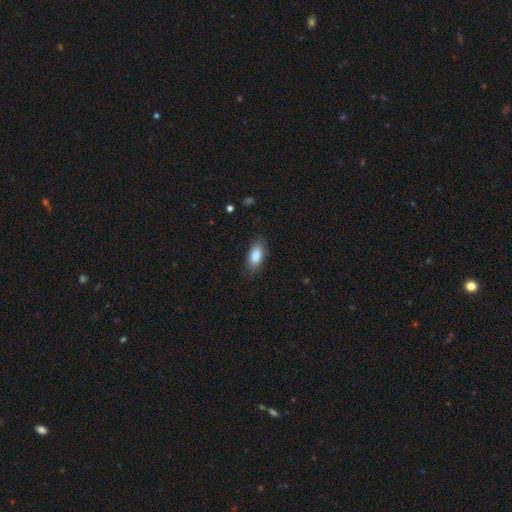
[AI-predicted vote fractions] This appears to be a smooth galaxy with no disk features (86%) that is in between round and cigar-shaped (89%). Merging: none (81%).